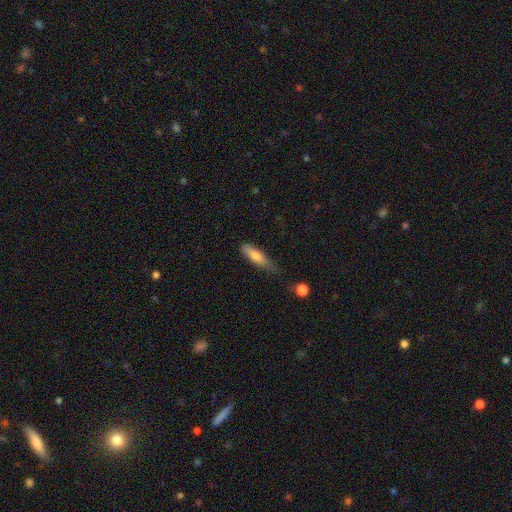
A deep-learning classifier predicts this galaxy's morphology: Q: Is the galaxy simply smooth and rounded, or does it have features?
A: smooth — 74%.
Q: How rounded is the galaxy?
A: cigar-shaped — 60%.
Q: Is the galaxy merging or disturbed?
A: none — 46%.